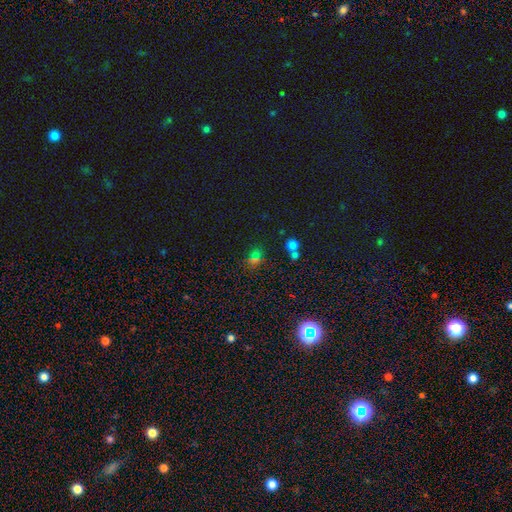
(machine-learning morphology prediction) A smooth galaxy with no disk features (51%) that is round (57%).

Vote fractions:
- Smooth or featured? smooth: 51% / star or artifact: 39% / featured or disk: 10%
- How rounded? round: 57% / in between: 40% / cigar-shaped: 3%
- Merging? none: 67% / merger: 16% / minor disturbance: 12% / major disturbance: 6%